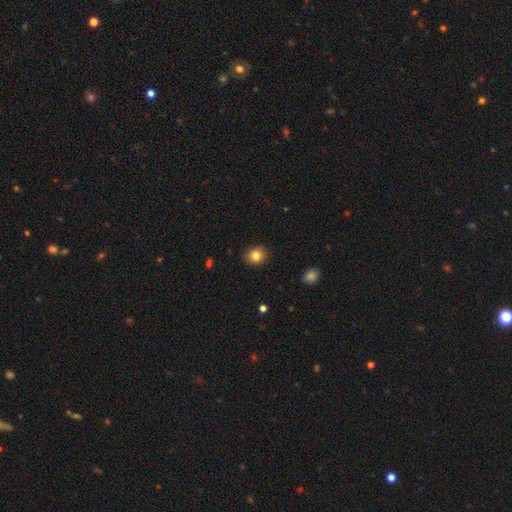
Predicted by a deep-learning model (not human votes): A smooth galaxy with no disk features (82%) that is round (66%).

Vote fractions:
- Smooth or featured? smooth: 82% / star or artifact: 10% / featured or disk: 7%
- How rounded? round: 66% / in between: 33% / cigar-shaped: 1%
- Merging? none: 87% / minor disturbance: 10% / major disturbance: 2% / merger: 1%